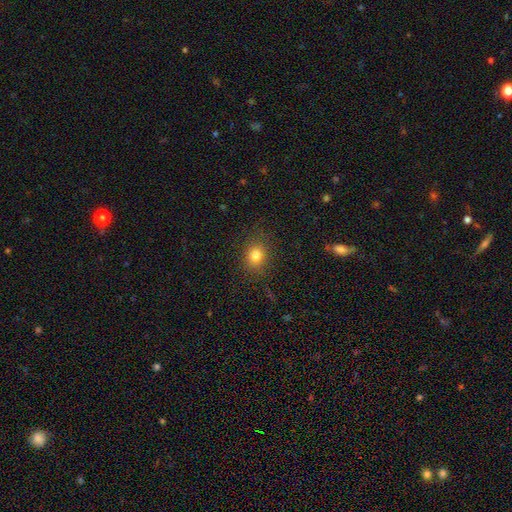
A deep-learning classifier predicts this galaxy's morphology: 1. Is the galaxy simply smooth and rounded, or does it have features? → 81% smooth, 13% star or artifact, 6% featured or disk.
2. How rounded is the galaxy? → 60% round, 39% in between, 1% cigar-shaped.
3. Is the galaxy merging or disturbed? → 85% none, 10% minor disturbance, 4% major disturbance, 1% merger.